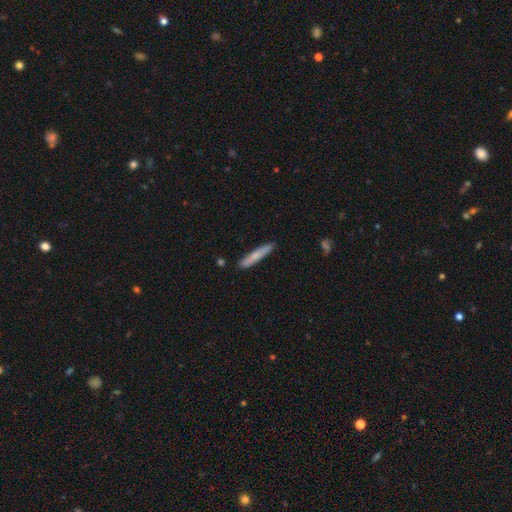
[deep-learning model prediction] The model was most divided on "smooth or featured": smooth: 69%, featured or disk: 25%, star or artifact: 6%. More confident: how rounded — cigar-shaped (94%); merging — none (87%).